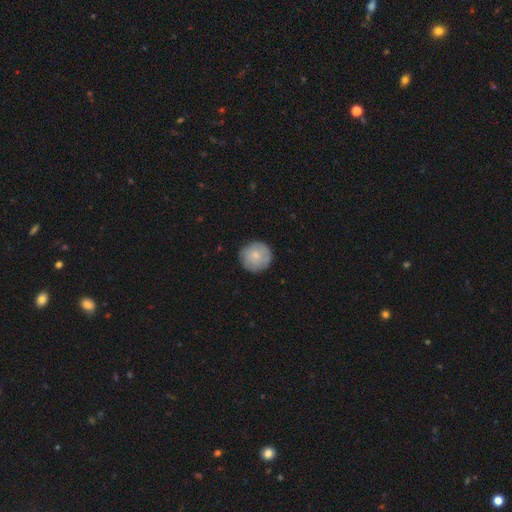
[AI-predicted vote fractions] smooth-or-featured: smooth: 77% | featured or disk: 17% | star or artifact: 6%
  how-rounded: round: 95% | in between: 4% | cigar-shaped: 1%
  merging: none: 86% | minor disturbance: 11% | major disturbance: 2% | merger: 1%